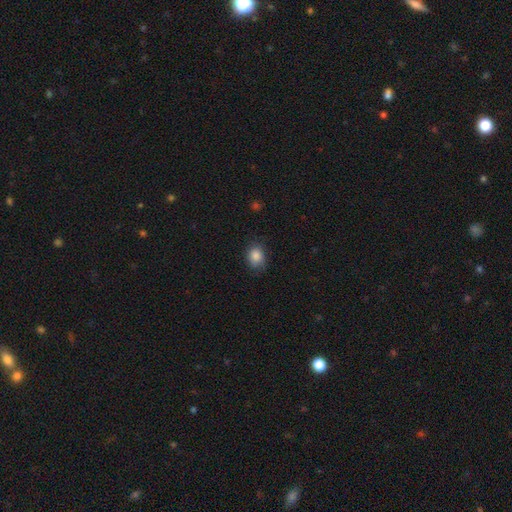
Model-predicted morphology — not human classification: Q: Smooth or featured?
A: smooth (86%); runner-up: star or artifact (9%)
Q: How rounded?
A: in between (53%); runner-up: round (46%)
Q: Merging?
A: none (74%); runner-up: minor disturbance (20%)